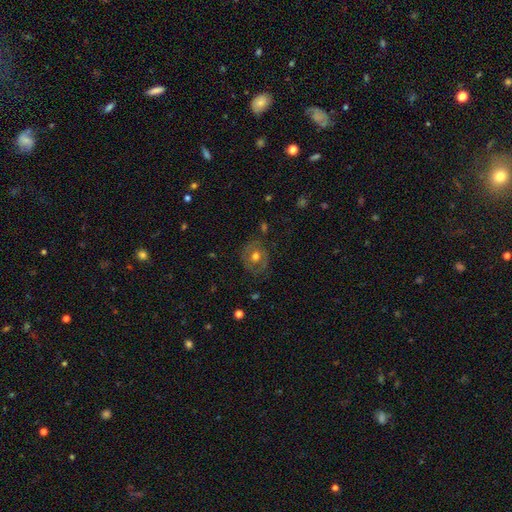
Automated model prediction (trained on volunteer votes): Overall: featured or disk (47%; smooth 45%). Merging: none (73%).